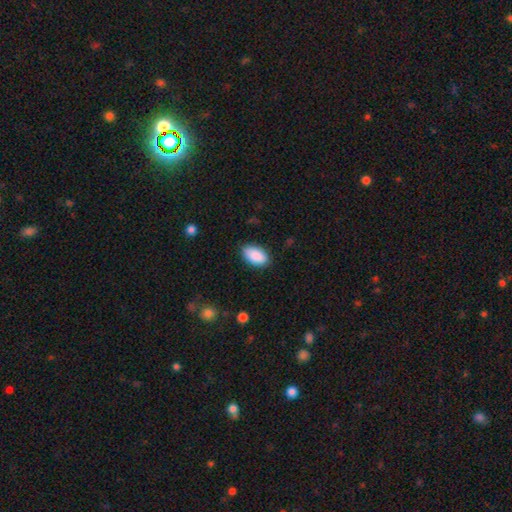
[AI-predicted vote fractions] smooth 90%, star or artifact 6%, featured or disk 4%. Down the decision tree: how rounded — in between (95%); merging — none (85%).